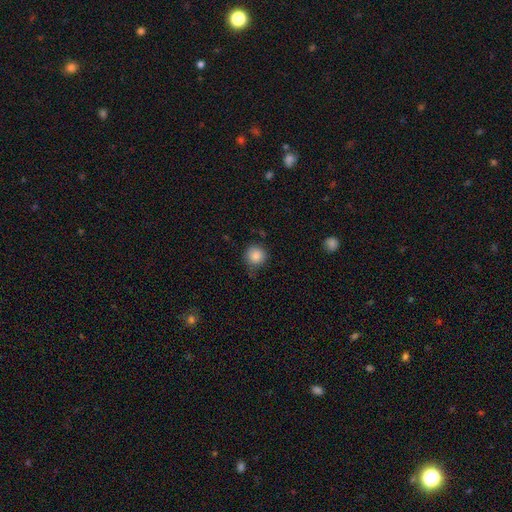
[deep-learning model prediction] Overall: smooth (86%). How rounded: round (93%). Merging: none (72%).